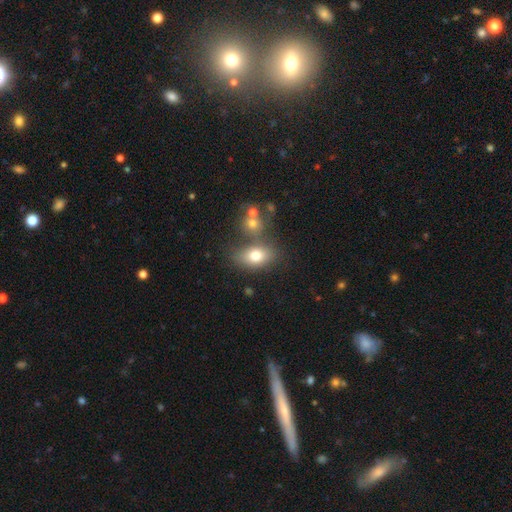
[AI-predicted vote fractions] A smooth galaxy with no disk features (74%) that is in between round and cigar-shaped (81%). Merging: none (55%).